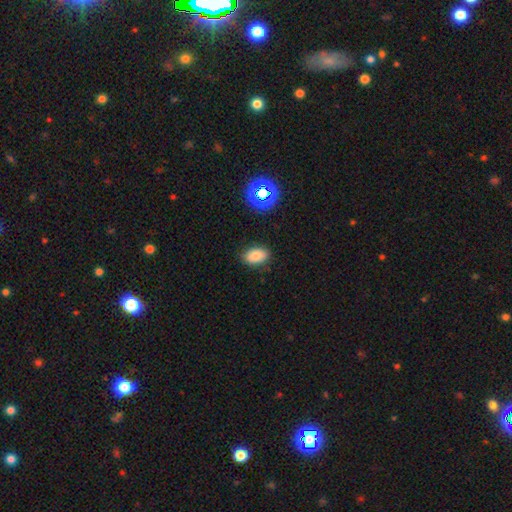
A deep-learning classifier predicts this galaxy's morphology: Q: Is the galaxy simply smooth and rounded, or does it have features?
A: smooth — 79%.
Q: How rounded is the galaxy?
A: in between — 89%.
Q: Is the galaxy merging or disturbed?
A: none — 86%.